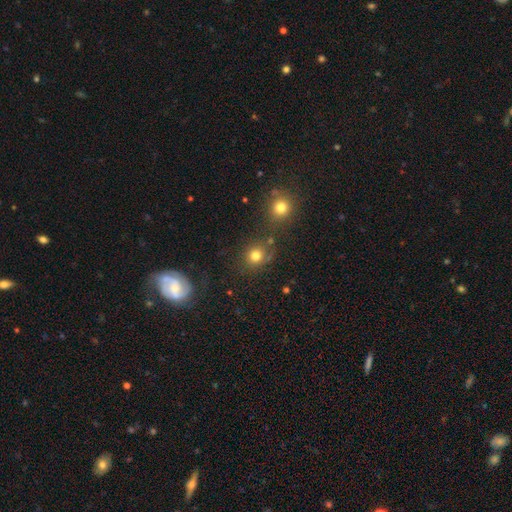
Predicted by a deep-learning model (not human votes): Smooth or featured?
  - smooth: 76% *
  - star or artifact: 16%
  - featured or disk: 8%
How rounded?
  - round: 80% *
  - in between: 19%
  - cigar-shaped: 1%
Merging?
  - none: 68% *
  - merger: 14%
  - minor disturbance: 12%
  - major disturbance: 6%